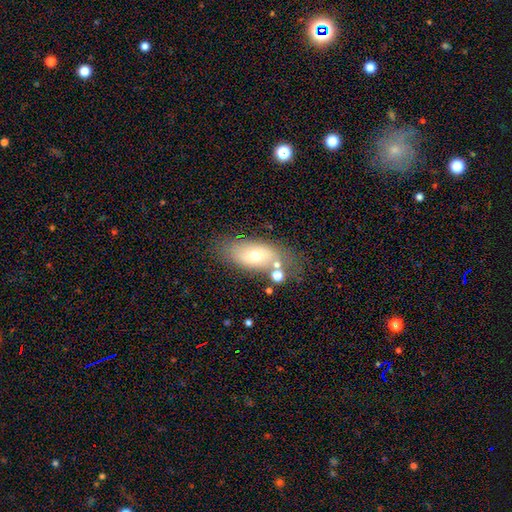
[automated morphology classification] A smooth galaxy with no disk features (63%) that is in between round and cigar-shaped (84%). Merging: none (67%).